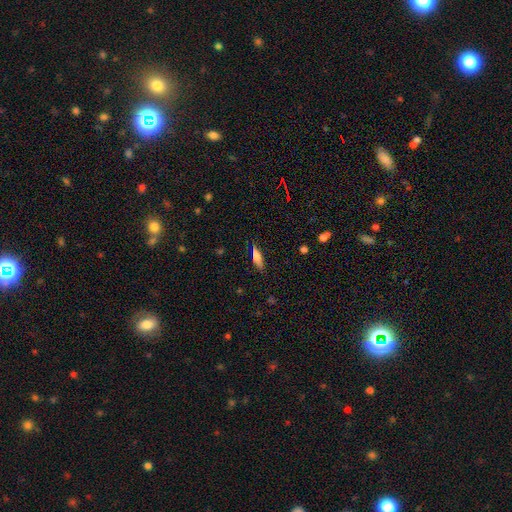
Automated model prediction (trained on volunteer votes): Smooth or featured? Predicted: smooth (p=0.65). How rounded? Predicted: cigar-shaped (p=0.49). Merging? Predicted: none (p=0.82).